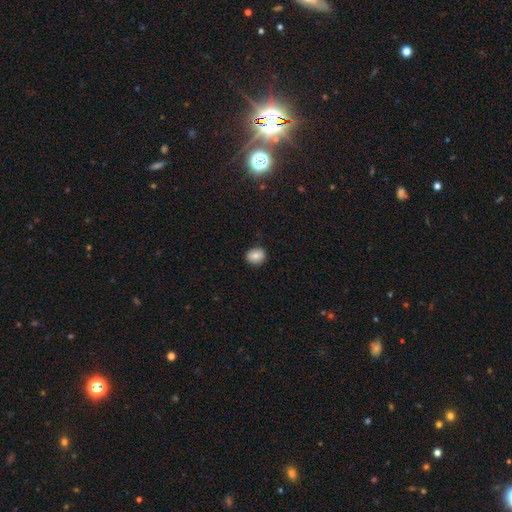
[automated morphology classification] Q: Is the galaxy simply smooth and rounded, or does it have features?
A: smooth — 79%.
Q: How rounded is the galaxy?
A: round — 68%.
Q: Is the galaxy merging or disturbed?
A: none — 85%.